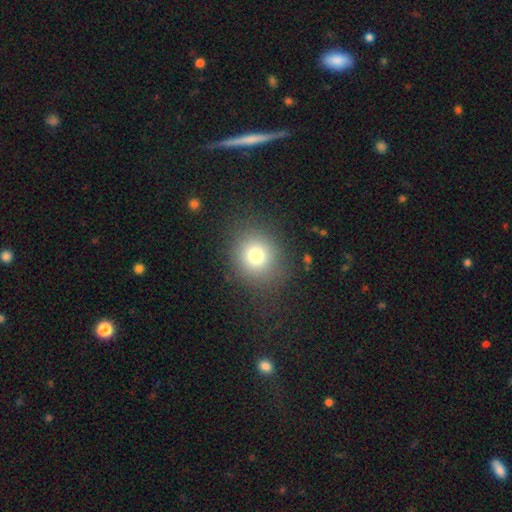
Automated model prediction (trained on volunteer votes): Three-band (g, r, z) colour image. It shows a smooth galaxy with no disk features (76%) that is round (83%). Merging: none (82%).